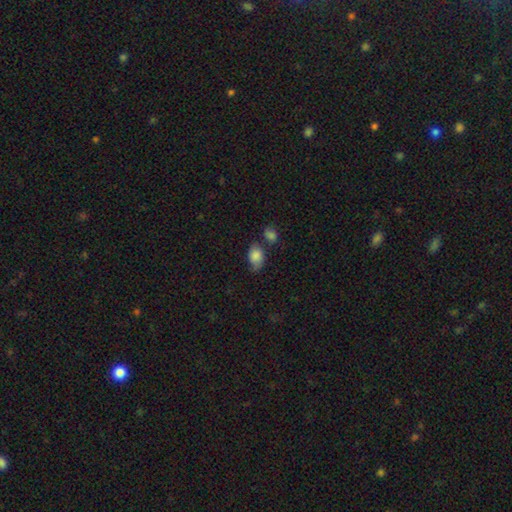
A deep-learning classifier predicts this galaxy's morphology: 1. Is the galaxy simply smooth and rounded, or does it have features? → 83% smooth, 9% featured or disk, 8% star or artifact.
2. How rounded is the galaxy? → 85% in between, 14% round, 1% cigar-shaped.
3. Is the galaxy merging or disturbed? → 53% none, 26% minor disturbance, 14% merger, 7% major disturbance.